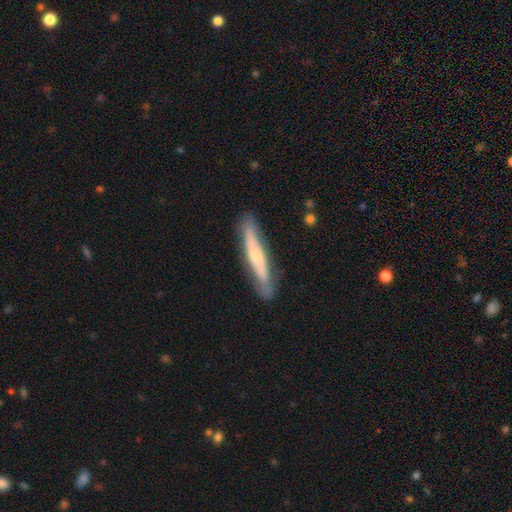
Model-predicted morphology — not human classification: type=featured or disk (56%); edge-on=yes (65%); merging=none (78%).